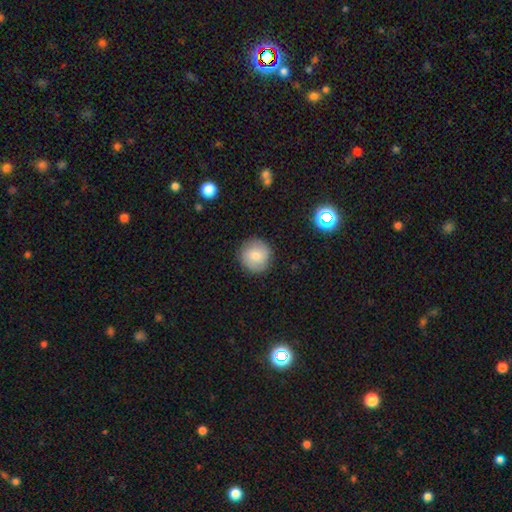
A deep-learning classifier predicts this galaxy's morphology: Smooth or featured? Predicted: smooth (p=0.75). How rounded? Predicted: round (p=0.94). Merging? Predicted: none (p=0.88).